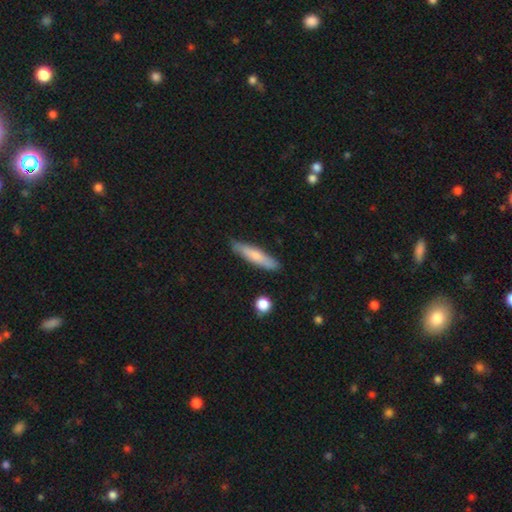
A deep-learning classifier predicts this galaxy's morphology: A smooth galaxy with no disk features (68%) that is cigar-shaped (85%). Merging: none (86%).